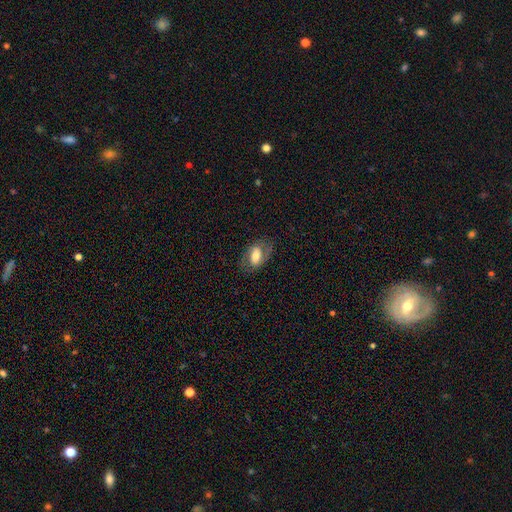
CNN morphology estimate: smooth-or-featured: smooth: 49% | featured or disk: 43% | star or artifact: 8%
  merging: none: 68% | minor disturbance: 19% | major disturbance: 11% | merger: 1%